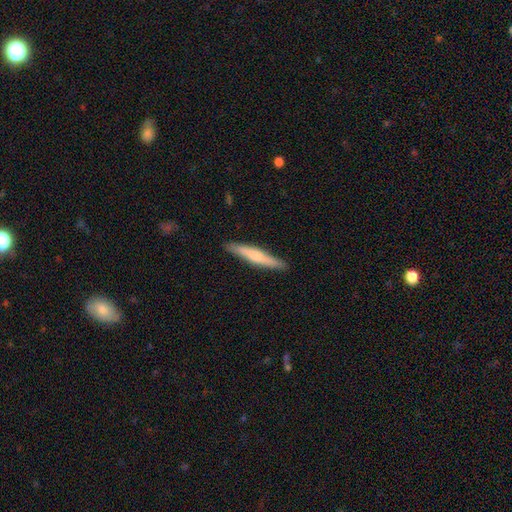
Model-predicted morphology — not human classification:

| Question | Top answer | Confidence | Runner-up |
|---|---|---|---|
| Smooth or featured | smooth | 58% | featured or disk (37%) |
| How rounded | cigar-shaped | 93% | in between (5%) |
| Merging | none | 90% | minor disturbance (8%) |